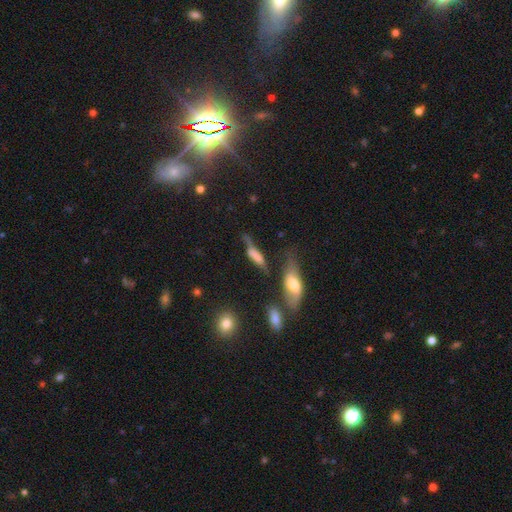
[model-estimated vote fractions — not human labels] A smooth galaxy with no disk features (57%) that is cigar-shaped (60%). Merging: none (38%).